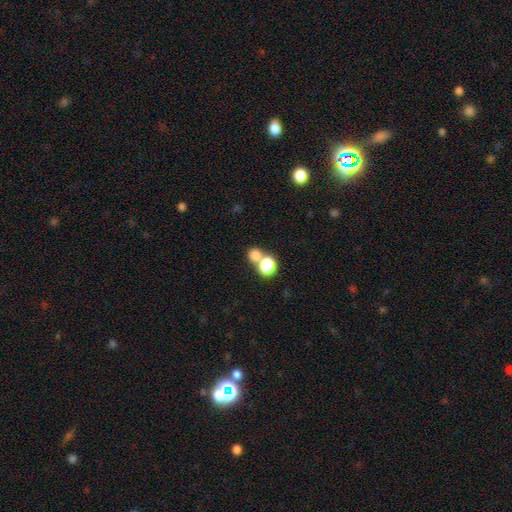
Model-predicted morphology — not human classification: Smooth or featured?
  - smooth: 75% *
  - star or artifact: 17%
  - featured or disk: 8%
How rounded?
  - round: 80% *
  - in between: 18%
  - cigar-shaped: 1%
Merging?
  - none: 47% *
  - merger: 44%
  - minor disturbance: 6%
  - major disturbance: 3%